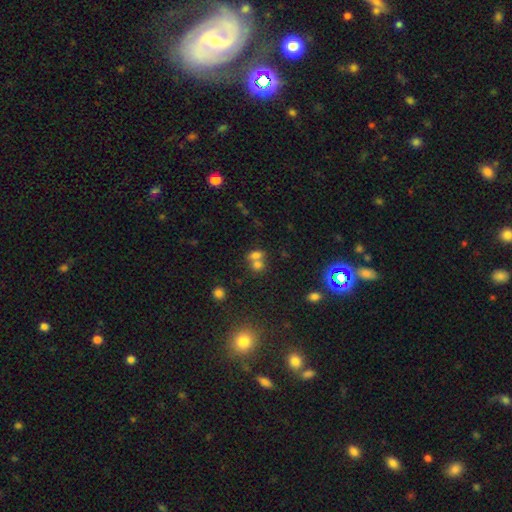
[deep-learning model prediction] A smooth galaxy with no disk features (67%) that is in between round and cigar-shaped (53%).

Vote fractions:
- Smooth or featured? smooth: 67% / star or artifact: 18% / featured or disk: 15%
- How rounded? in between: 53% / round: 45% / cigar-shaped: 3%
- Merging? merger: 62% / none: 28% / minor disturbance: 6% / major disturbance: 4%